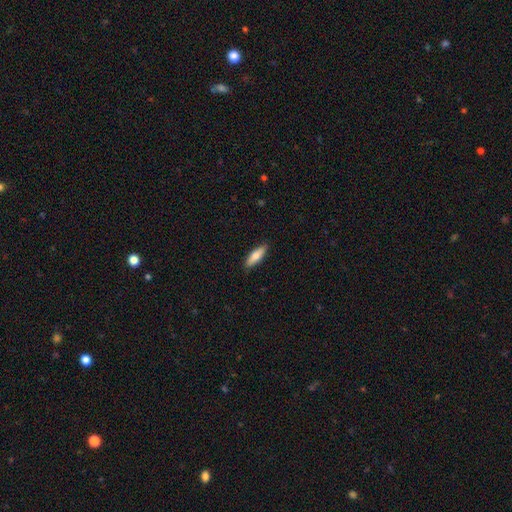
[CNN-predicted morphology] smooth_or_featured: smooth (p=0.74) [alt: featured or disk p=0.20]
how_rounded: cigar-shaped (p=0.49) [tied with: in between p=0.49]
merging: none (p=0.87) [alt: minor disturbance p=0.11]